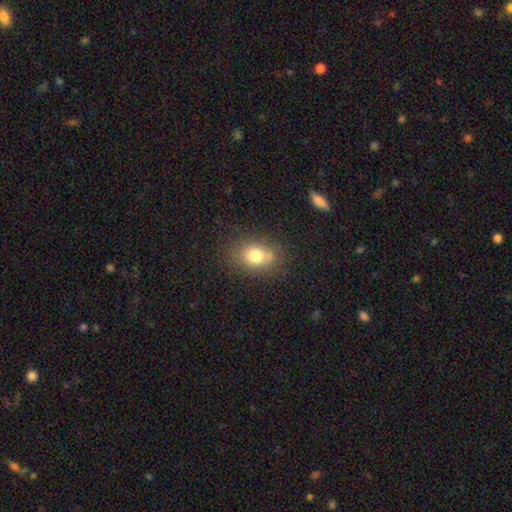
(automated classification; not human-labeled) Morphology: type=smooth (77%); roundness=in between (66%); merging=none (71%).